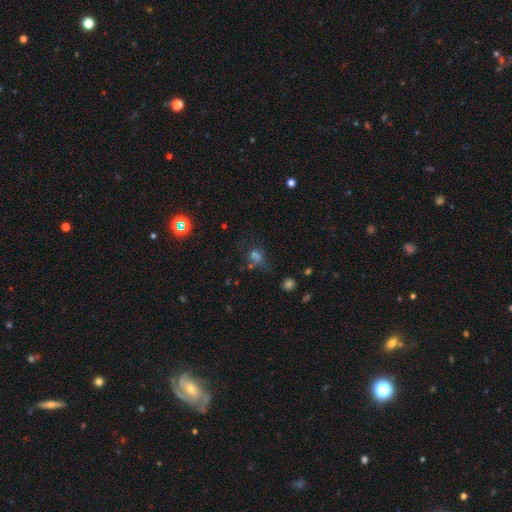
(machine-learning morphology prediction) A smooth galaxy with no disk features (46%).

Vote fractions:
- Smooth or featured? smooth: 46% / star or artifact: 35% / featured or disk: 19%
- Merging? none: 47% / major disturbance: 22% / minor disturbance: 20% / merger: 11%